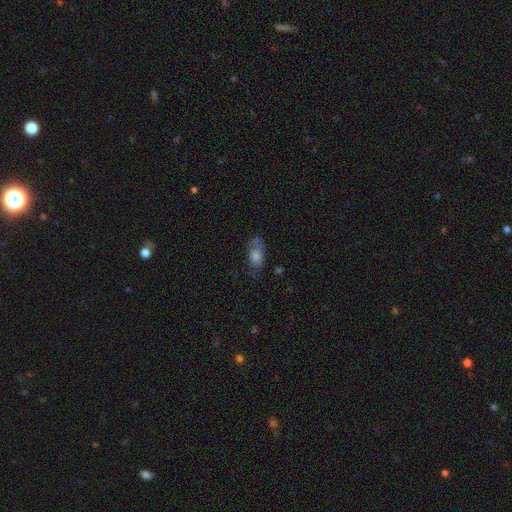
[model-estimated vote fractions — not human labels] Smooth or featured? smooth (63%)
How rounded? in between (78%)
Merging? none (61%)